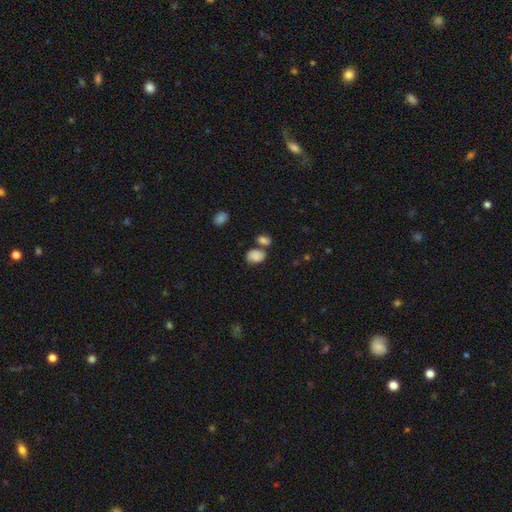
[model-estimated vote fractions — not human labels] Smooth or featured? Predicted: smooth (p=0.84). How rounded? Predicted: in between (p=0.80). Merging? Predicted: none (p=0.50).